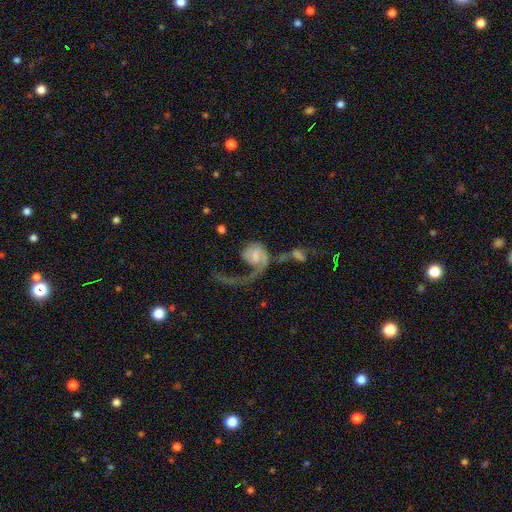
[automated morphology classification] This appears to be a featured or disk galaxy (72%) with no bar (59%), 1 (83%) loose (70%) spiral arms (86%) and a small central bulge (32%, tied with none). Merging: major disturbance (54%).